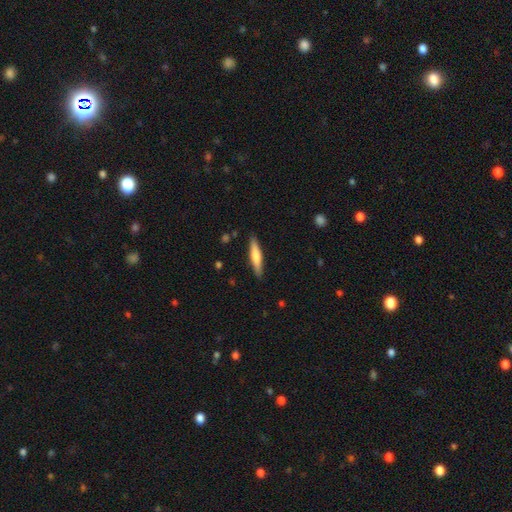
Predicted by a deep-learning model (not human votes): smooth-or-featured: smooth: 56% | featured or disk: 39% | star or artifact: 5%
  how-rounded: cigar-shaped: 87% | in between: 11% | round: 1%
  merging: none: 90% | minor disturbance: 8% | major disturbance: 2% | merger: 1%